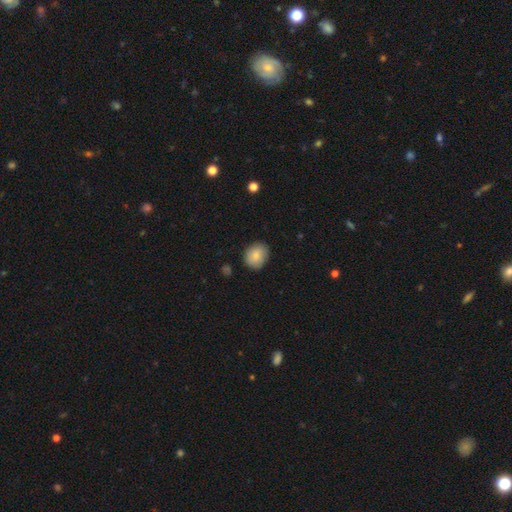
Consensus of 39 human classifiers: A smooth galaxy with no disk features (92%) that is round (81%). Merging: none (81%).